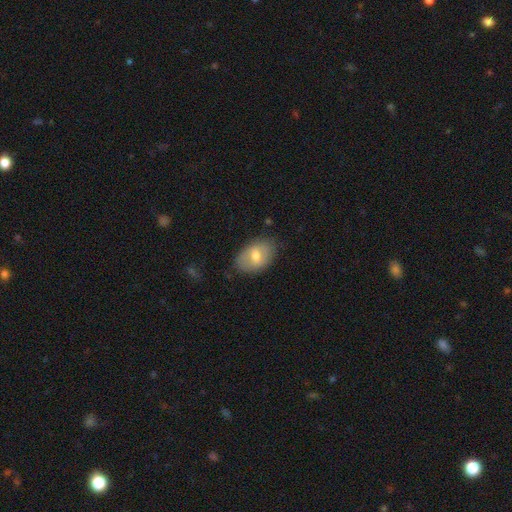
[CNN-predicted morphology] This appears to be a smooth galaxy with no disk features (62%) that is in between round and cigar-shaped (87%). Merging: none (76%).